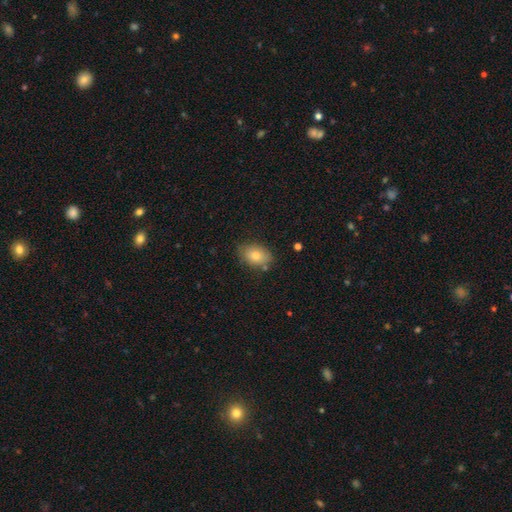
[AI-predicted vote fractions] A smooth galaxy with no disk features (78%) that is in between round and cigar-shaped (85%).

Vote fractions:
- Smooth or featured? smooth: 78% / featured or disk: 13% / star or artifact: 9%
- How rounded? in between: 85% / round: 13% / cigar-shaped: 2%
- Merging? none: 80% / minor disturbance: 14% / major disturbance: 3% / merger: 3%